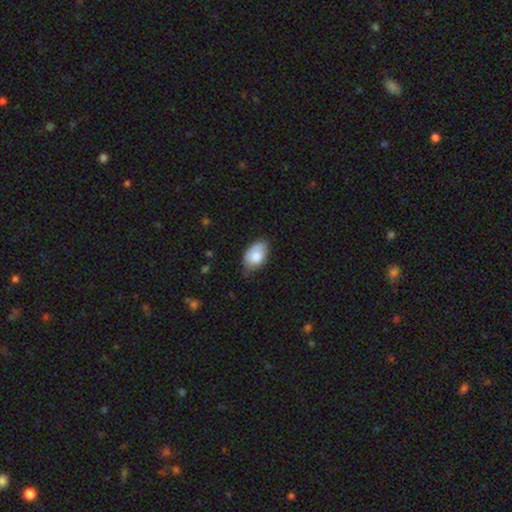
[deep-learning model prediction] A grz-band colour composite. It shows a smooth galaxy with no disk features (82%) that is in between round and cigar-shaped (91%). Merging: none (61%).